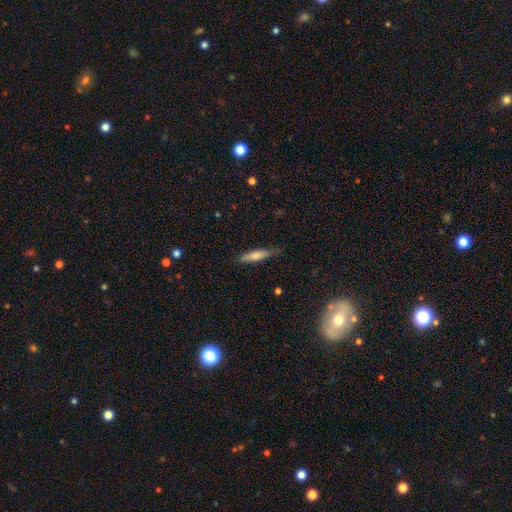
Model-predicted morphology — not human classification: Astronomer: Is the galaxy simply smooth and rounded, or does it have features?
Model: smooth — 69%.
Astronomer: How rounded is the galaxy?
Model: cigar-shaped — 79%.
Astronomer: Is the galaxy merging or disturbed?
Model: none — 78%.